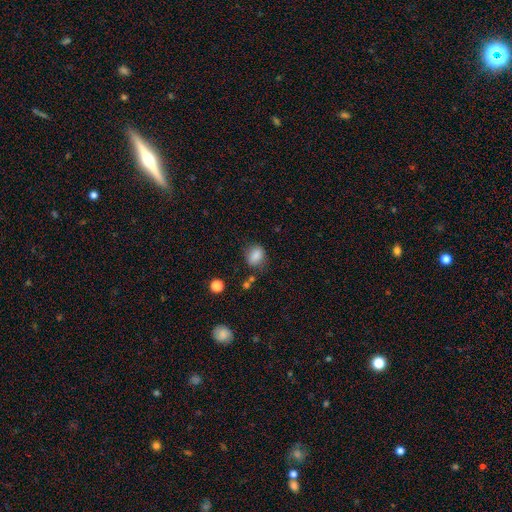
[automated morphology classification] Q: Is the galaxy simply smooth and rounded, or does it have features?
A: smooth — 83%.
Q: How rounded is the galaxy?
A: in between — 58%.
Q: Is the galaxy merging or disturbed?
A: none — 71%.